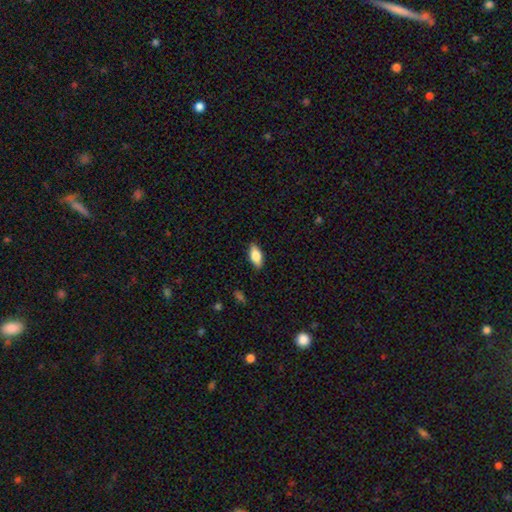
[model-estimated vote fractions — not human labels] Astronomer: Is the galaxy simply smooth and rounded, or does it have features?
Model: smooth — 80%.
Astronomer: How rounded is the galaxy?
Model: in between — 86%.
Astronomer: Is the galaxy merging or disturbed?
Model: none — 87%.